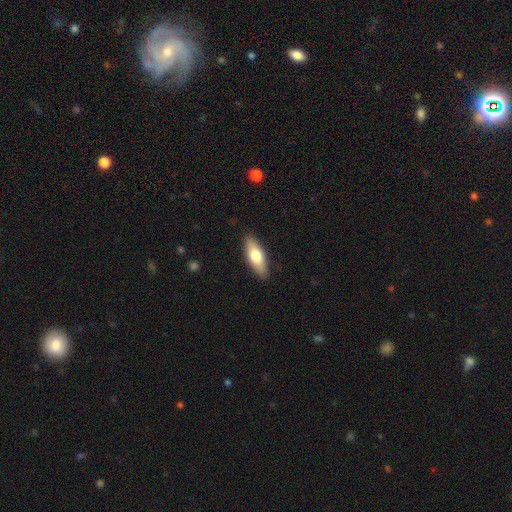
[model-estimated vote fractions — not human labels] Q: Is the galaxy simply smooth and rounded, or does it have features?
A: smooth — 69%.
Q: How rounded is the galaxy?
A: in between — 66%.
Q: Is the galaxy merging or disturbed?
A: none — 88%.